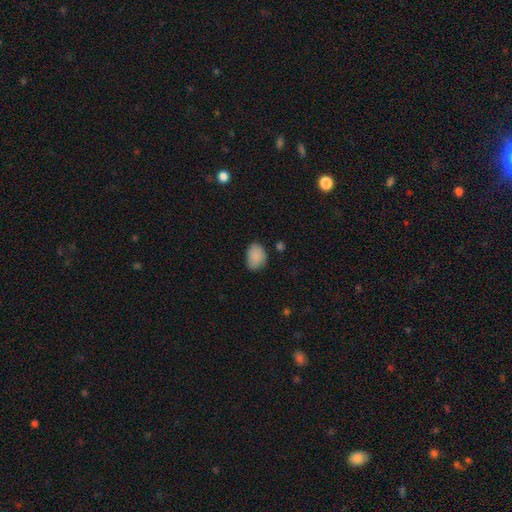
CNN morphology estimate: smooth_or_featured: smooth (p=0.87) [alt: star or artifact p=0.08]
how_rounded: in between (p=0.74) [alt: round p=0.25]
merging: none (p=0.69) [alt: minor disturbance p=0.24]